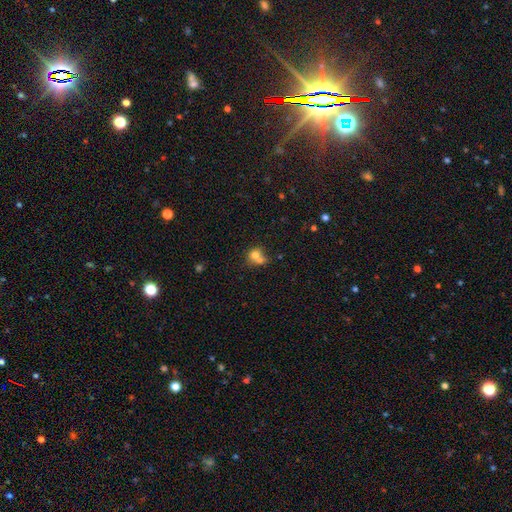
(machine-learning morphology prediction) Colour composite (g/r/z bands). It shows a smooth galaxy with no disk features (73%) that is round (75%). Merging: merger (53%).